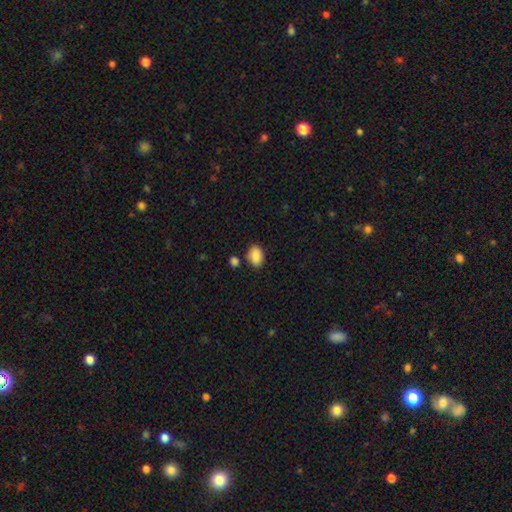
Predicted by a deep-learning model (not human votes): Smooth or featured: smooth — 88% (star or artifact — 7%)
How rounded: in between — 81% (round — 18%)
Merging: none — 82% (minor disturbance — 10%)